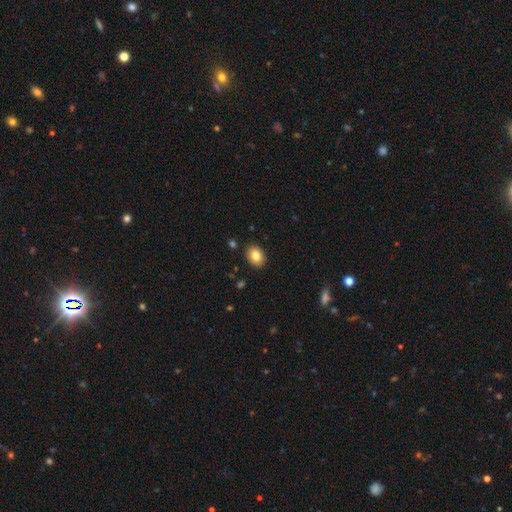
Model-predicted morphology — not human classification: smooth 82%, featured or disk 9%, star or artifact 8%. Down the decision tree: how rounded — in between (66%); merging — none (89%).